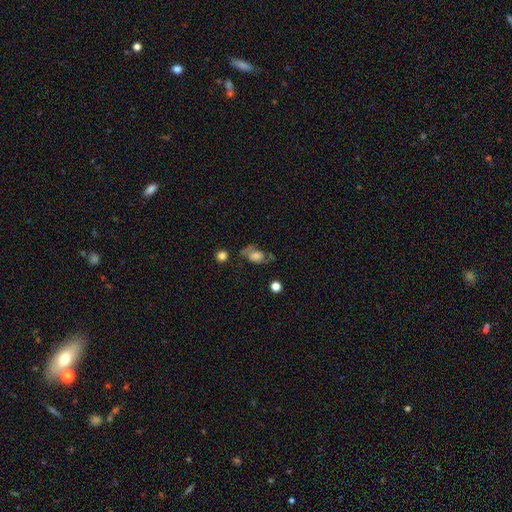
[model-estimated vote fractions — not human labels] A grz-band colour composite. It shows a featured or disk galaxy (44%, tied with smooth). Merging: none (47%).